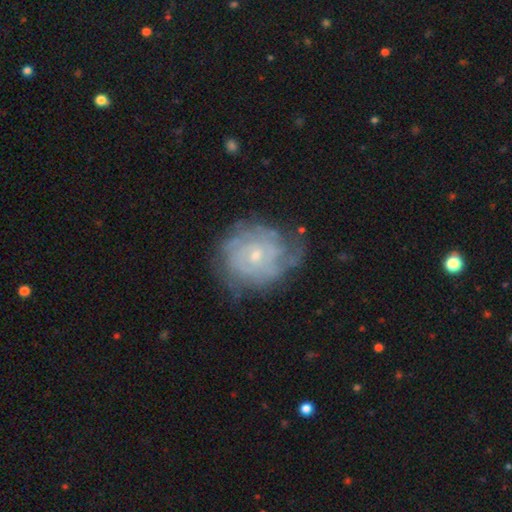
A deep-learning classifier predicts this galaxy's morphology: This appears to be a featured or disk galaxy (76%) with no bar (71%), tight (71%) spiral arms (88%) and a small central bulge (65%). Merging: none (66%).